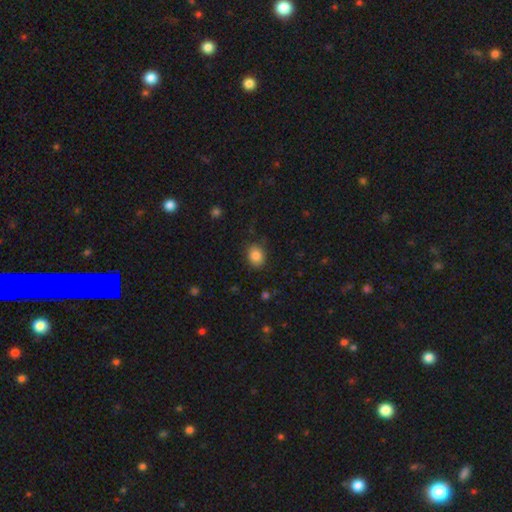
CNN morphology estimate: Smooth or featured? smooth (86%)
How rounded? in between (51%)
Merging? none (84%)